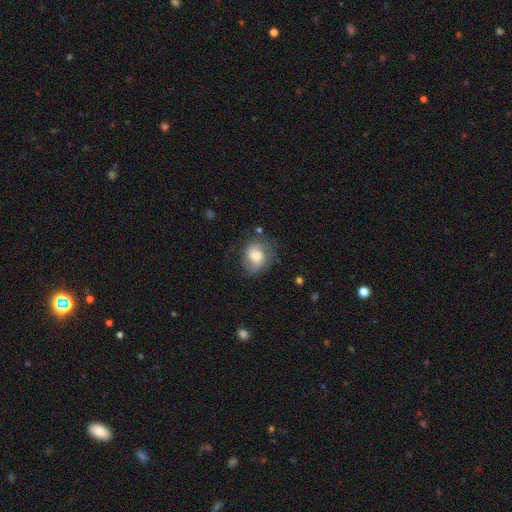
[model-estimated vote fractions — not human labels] Morphology: type=smooth (46%, tied with featured or disk); merging=none (63%).